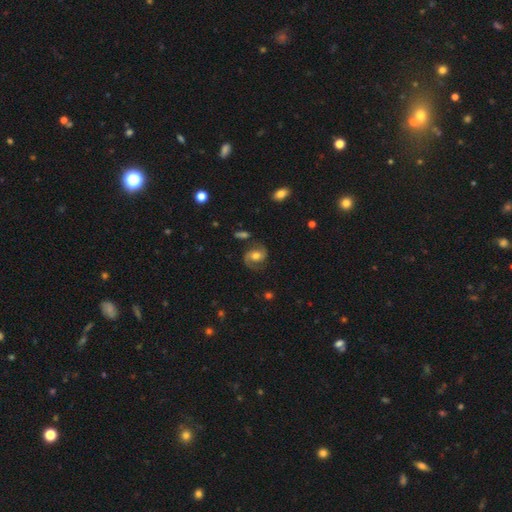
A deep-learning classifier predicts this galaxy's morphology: Q: Smooth or featured?
A: featured or disk (78%); runner-up: smooth (14%)
Q: Edge-on disk?
A: no (98%); runner-up: yes (2%)
Q: Bar?
A: no (55%); runner-up: weak (35%)
Q: Spiral arms?
A: yes (94%); runner-up: no (6%)
Q: Spiral winding?
A: medium (54%); runner-up: tight (29%)
Q: Spiral arm count?
A: 2 (90%); runner-up: can't tell (4%)
Q: Bulge size?
A: moderate (68%); runner-up: large (16%)
Q: Merging?
A: none (78%); runner-up: minor disturbance (13%)